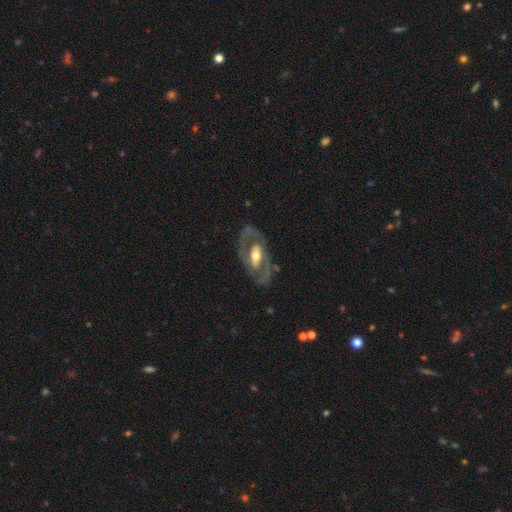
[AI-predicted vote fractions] Smooth or featured? Predicted: featured or disk (p=0.79). Edge-on disk? Predicted: no (p=0.92). Bar? Predicted: no (p=0.35). Spiral arms? Predicted: yes (p=0.69). Bulge size? Predicted: moderate (p=0.66). Merging? Predicted: none (p=0.71).